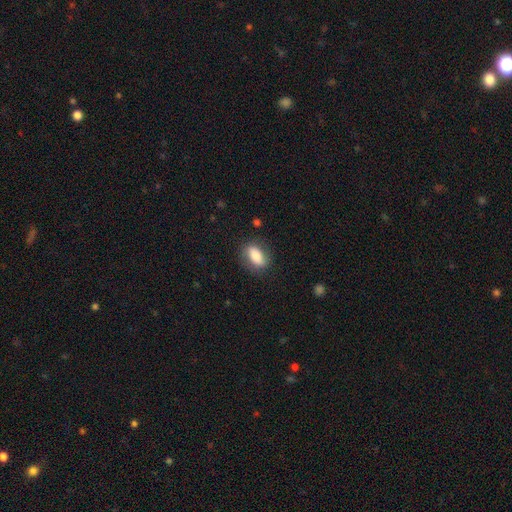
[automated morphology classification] A smooth galaxy with no disk features (76%) that is in between round and cigar-shaped (83%).

Vote fractions:
- Smooth or featured? smooth: 76% / featured or disk: 17% / star or artifact: 7%
- How rounded? in between: 83% / round: 10% / cigar-shaped: 7%
- Merging? none: 79% / minor disturbance: 15% / major disturbance: 5% / merger: 1%